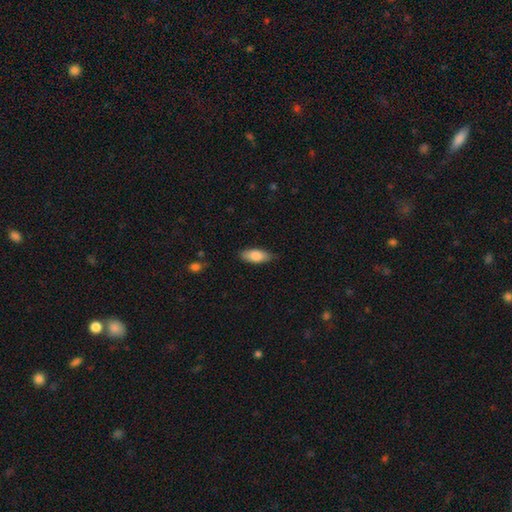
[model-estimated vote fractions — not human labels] The model was most divided on "merging": none: 78%, minor disturbance: 17%, major disturbance: 3%, merger: 1%. More confident: how rounded — in between (83%); smooth or featured — smooth (83%).